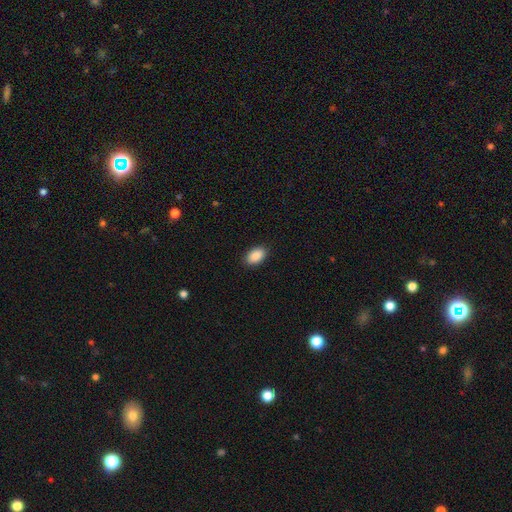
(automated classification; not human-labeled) A smooth galaxy with no disk features (90%) that is in between round and cigar-shaped (93%).

Vote fractions:
- Smooth or featured? smooth: 90% / star or artifact: 7% / featured or disk: 3%
- How rounded? in between: 93% / round: 5% / cigar-shaped: 2%
- Merging? none: 89% / minor disturbance: 8% / major disturbance: 2% / merger: 1%